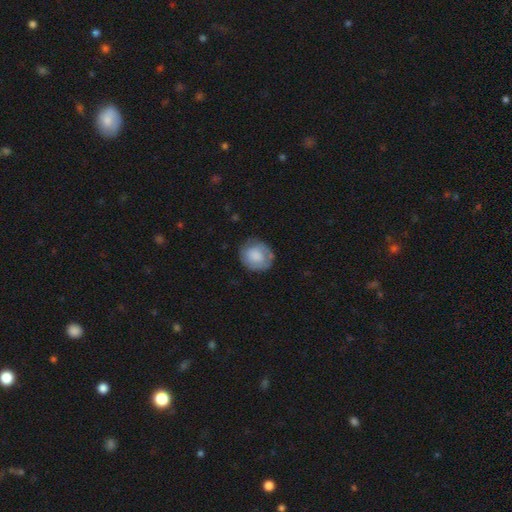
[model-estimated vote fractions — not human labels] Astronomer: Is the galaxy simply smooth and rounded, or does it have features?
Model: smooth — 71%.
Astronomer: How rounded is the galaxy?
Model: round — 79%.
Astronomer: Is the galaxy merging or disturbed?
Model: none — 69%.